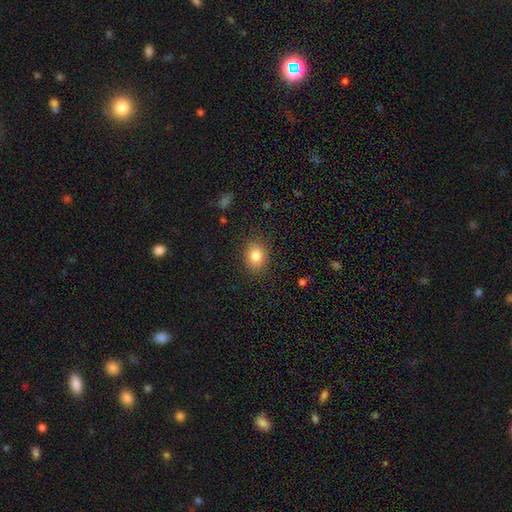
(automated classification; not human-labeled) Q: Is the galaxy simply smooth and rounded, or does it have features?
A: smooth — 83%.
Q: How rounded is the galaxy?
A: round — 50%.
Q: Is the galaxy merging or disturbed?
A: none — 87%.